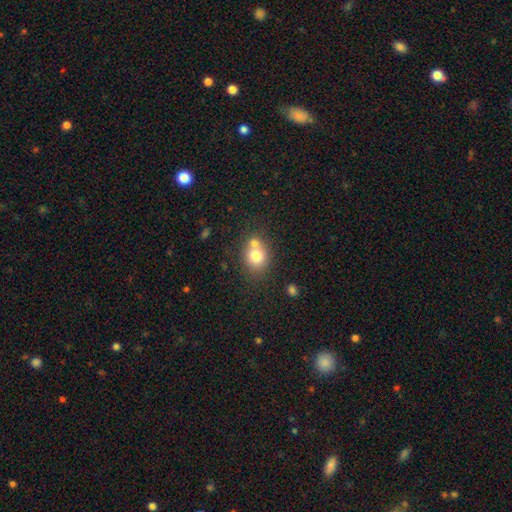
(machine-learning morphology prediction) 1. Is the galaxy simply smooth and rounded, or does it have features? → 75% smooth, 15% featured or disk, 10% star or artifact.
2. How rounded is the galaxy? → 64% round, 35% in between, 1% cigar-shaped.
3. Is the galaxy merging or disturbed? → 44% none, 41% merger, 11% minor disturbance, 4% major disturbance.